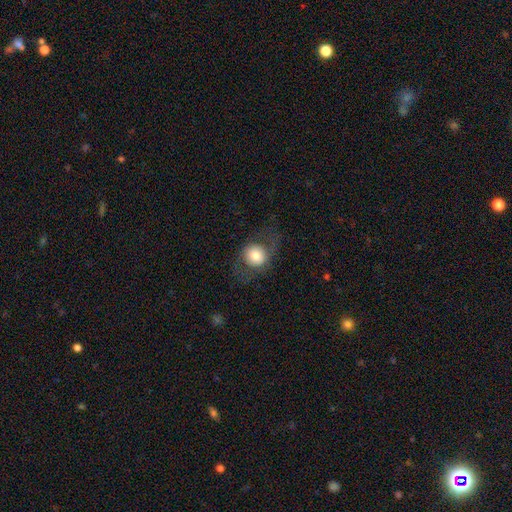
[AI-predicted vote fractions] Morphology: type=smooth (64%); roundness=round (76%); merging=none (67%).